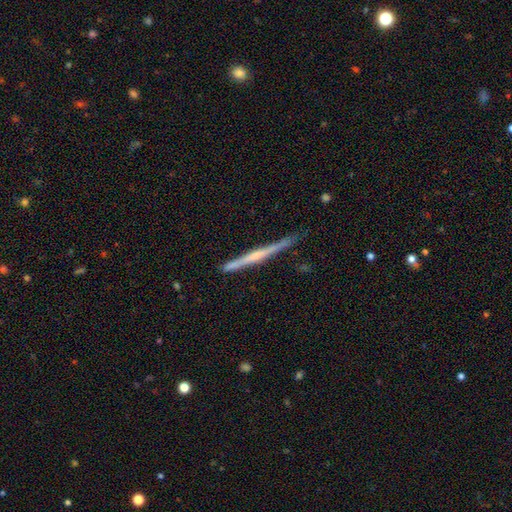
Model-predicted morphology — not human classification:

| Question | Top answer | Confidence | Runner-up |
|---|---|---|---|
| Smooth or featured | featured or disk | 70% | smooth (24%) |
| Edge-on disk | yes | 98% | no (2%) |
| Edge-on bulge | rounded | 48% | none (42%) |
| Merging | none | 82% | minor disturbance (14%) |